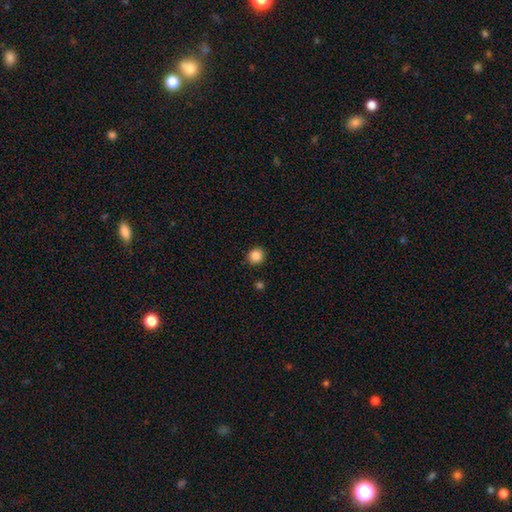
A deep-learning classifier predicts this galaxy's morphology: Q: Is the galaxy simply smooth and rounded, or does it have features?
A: smooth — 86%.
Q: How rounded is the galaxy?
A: round — 91%.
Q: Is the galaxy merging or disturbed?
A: none — 91%.